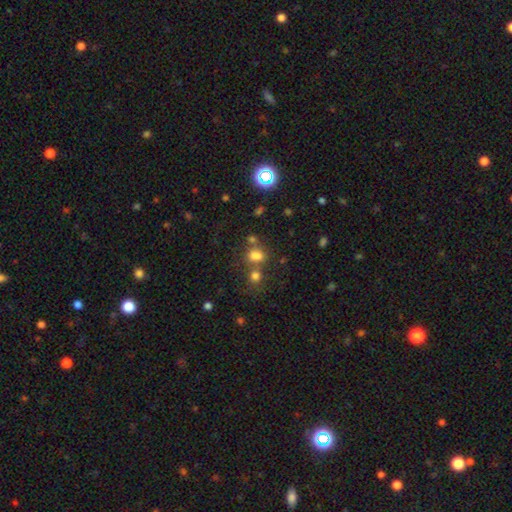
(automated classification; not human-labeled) smooth_or_featured: smooth (p=0.70) [alt: star or artifact p=0.21]
how_rounded: in between (p=0.58) [alt: round p=0.40]
merging: none (p=0.47) [alt: merger p=0.35]